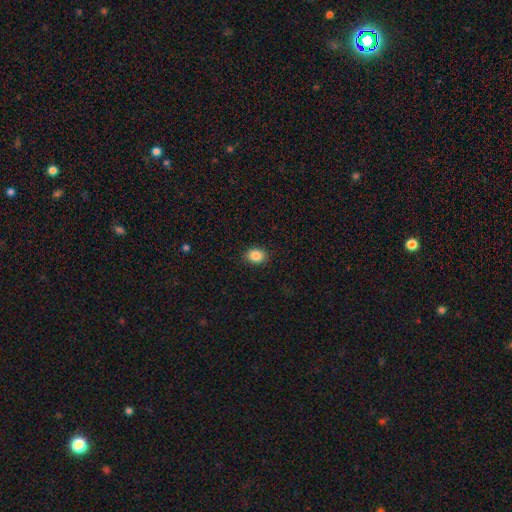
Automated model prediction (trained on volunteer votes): A smooth galaxy with no disk features (87%) that is in between round and cigar-shaped (57%).

Vote fractions:
- Smooth or featured? smooth: 87% / star or artifact: 9% / featured or disk: 4%
- How rounded? in between: 57% / round: 42% / cigar-shaped: 1%
- Merging? none: 89% / minor disturbance: 7% / major disturbance: 2% / merger: 1%